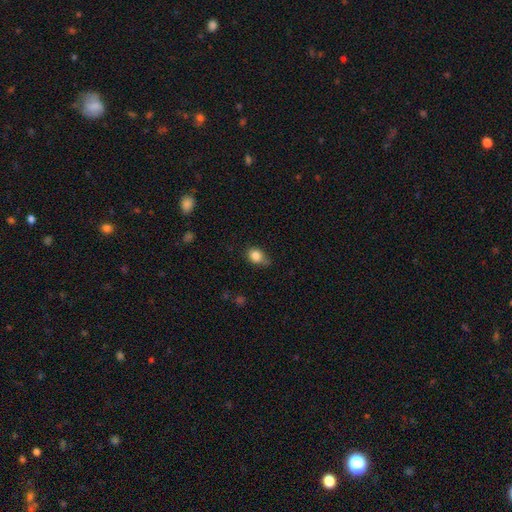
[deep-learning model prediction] smooth 84%, star or artifact 10%, featured or disk 6%. Down the decision tree: how rounded — in between (50%); merging — none (53%).